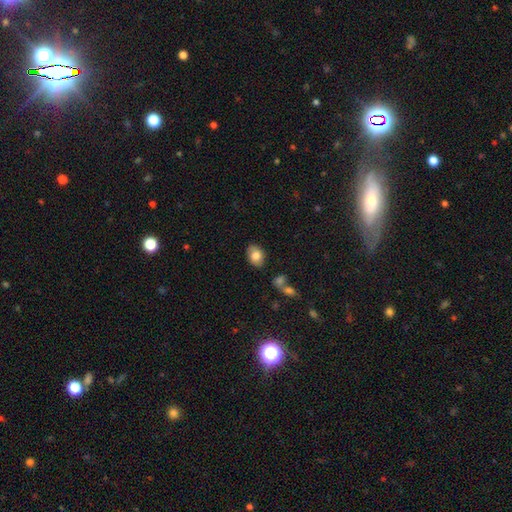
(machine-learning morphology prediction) Smooth or featured? smooth (80%)
How rounded? in between (80%)
Merging? none (83%)